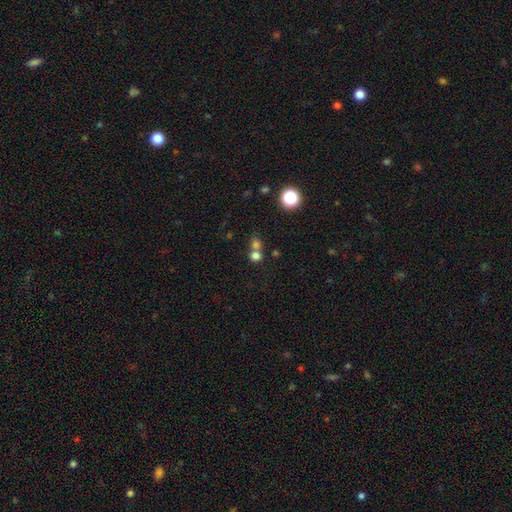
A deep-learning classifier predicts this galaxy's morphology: This appears to be a smooth galaxy with no disk features (74%) that is round (83%). Merging: merger (48%).